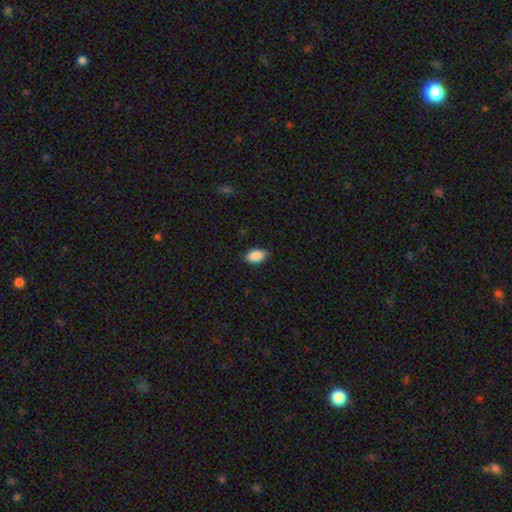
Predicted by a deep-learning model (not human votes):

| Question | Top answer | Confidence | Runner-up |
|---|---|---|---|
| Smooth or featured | smooth | 89% | star or artifact (7%) |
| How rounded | in between | 91% | round (8%) |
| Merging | none | 82% | minor disturbance (15%) |